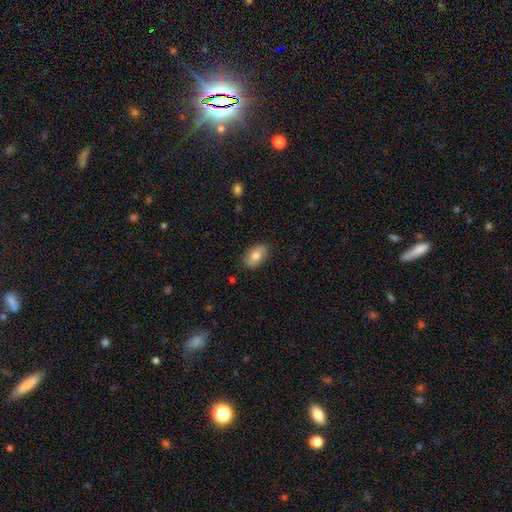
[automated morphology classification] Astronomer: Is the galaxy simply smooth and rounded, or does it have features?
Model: smooth — 80%.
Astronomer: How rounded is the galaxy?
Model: in between — 92%.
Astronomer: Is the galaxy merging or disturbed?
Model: none — 85%.